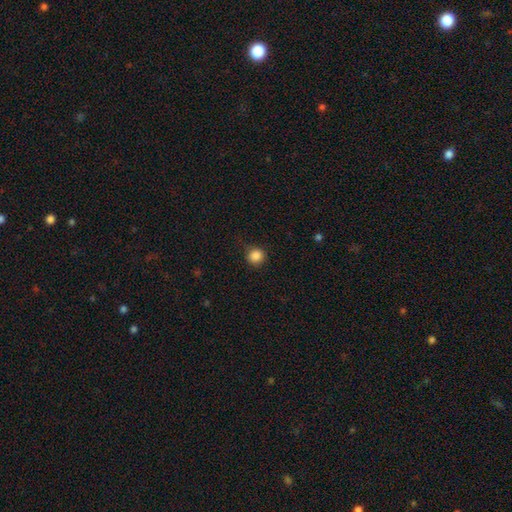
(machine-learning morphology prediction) Overall: smooth (86%). How rounded: round (92%). Merging: none (82%).